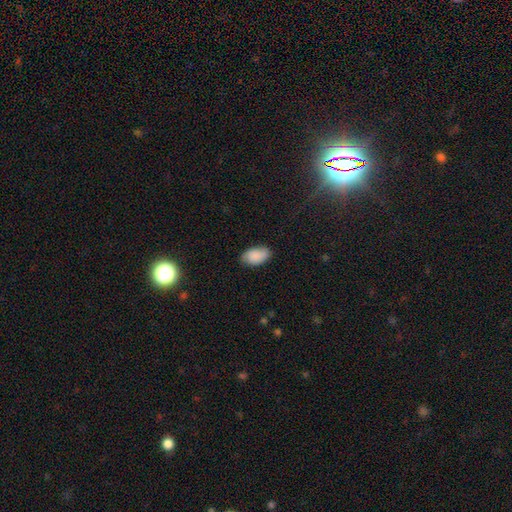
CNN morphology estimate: This is clearly a smooth galaxy (87%). How rounded: clearly in between (94%). Merging: likely none (78%).